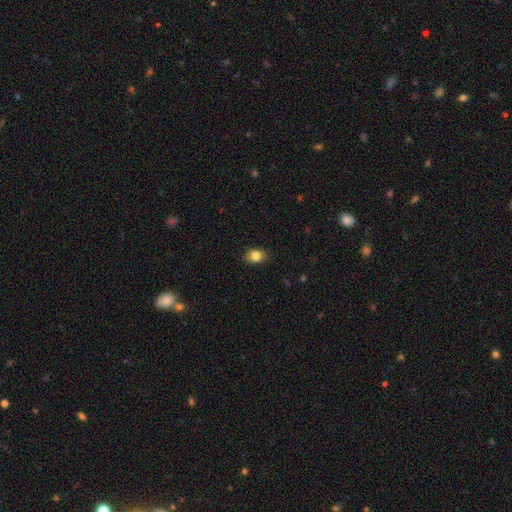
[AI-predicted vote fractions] A smooth galaxy with no disk features (83%) that is in between round and cigar-shaped (75%). Merging: none (87%).